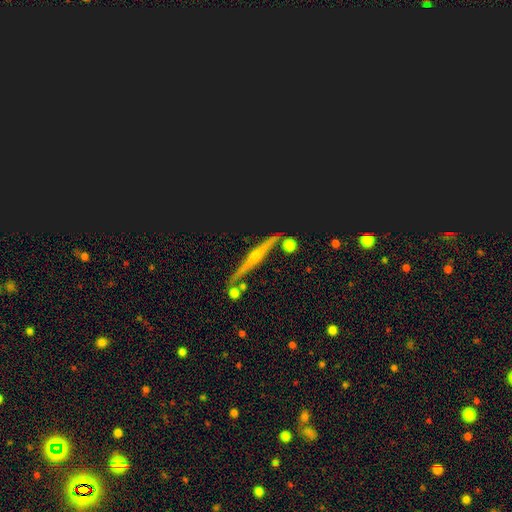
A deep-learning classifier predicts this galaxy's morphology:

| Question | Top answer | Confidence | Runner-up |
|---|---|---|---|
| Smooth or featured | featured or disk | 64% | star or artifact (21%) |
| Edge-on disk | yes | 92% | no (8%) |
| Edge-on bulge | rounded | 81% | none (12%) |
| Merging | none | 81% | minor disturbance (10%) |